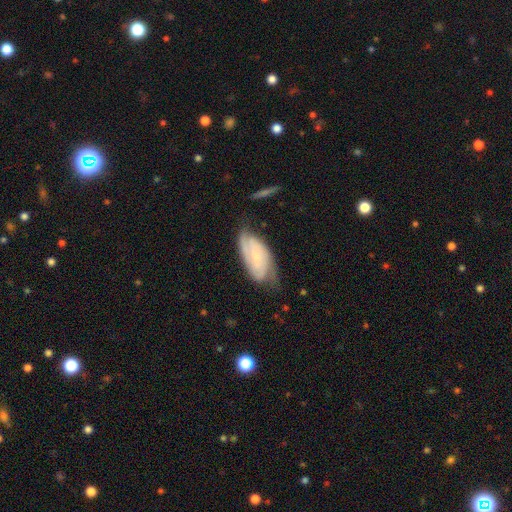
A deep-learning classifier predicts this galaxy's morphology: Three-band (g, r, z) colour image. It shows a featured or disk galaxy (66%) with no bar (53%), 2 (57%) tight (50%) spiral arms (91%) and a small central bulge (71%). Merging: none (56%).